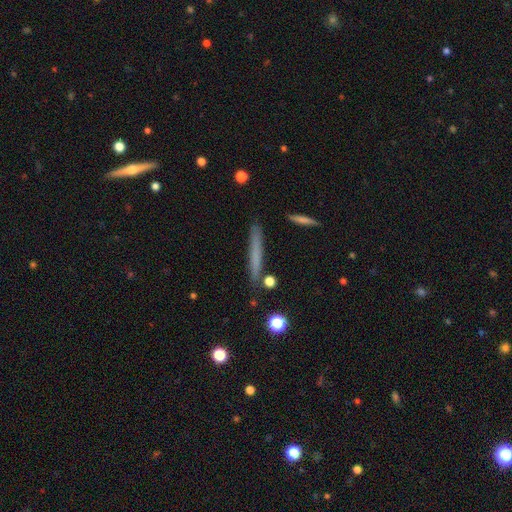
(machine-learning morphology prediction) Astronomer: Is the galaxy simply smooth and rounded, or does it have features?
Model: smooth — 62%.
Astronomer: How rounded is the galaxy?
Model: cigar-shaped — 95%.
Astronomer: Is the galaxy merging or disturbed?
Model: none — 86%.